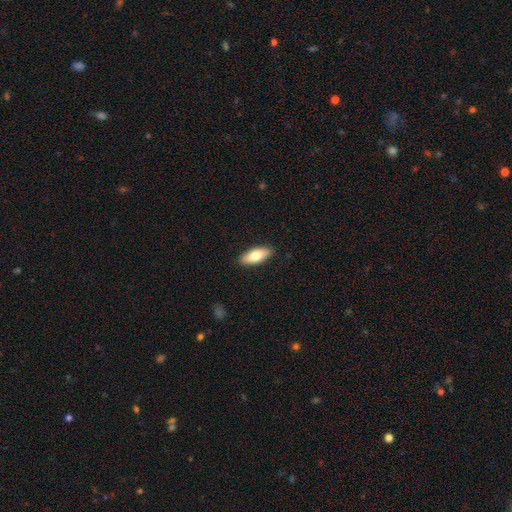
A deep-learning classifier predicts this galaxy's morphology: Smooth or featured: smooth — 74% (featured or disk — 20%)
How rounded: in between — 78% (cigar-shaped — 20%)
Merging: none — 89% (minor disturbance — 8%)